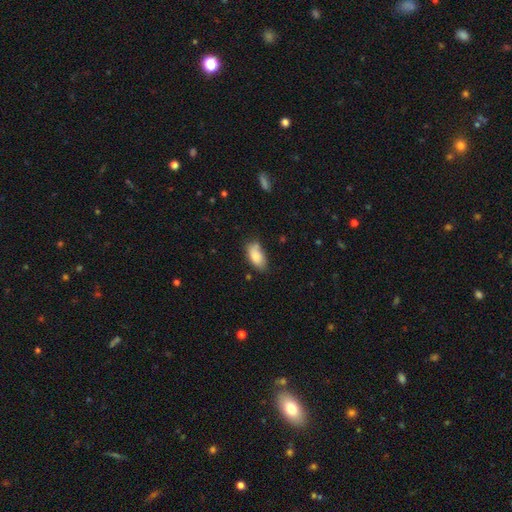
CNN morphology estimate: smooth 84%, featured or disk 9%, star or artifact 7%. Down the decision tree: how rounded — in between (92%); merging — none (65%).